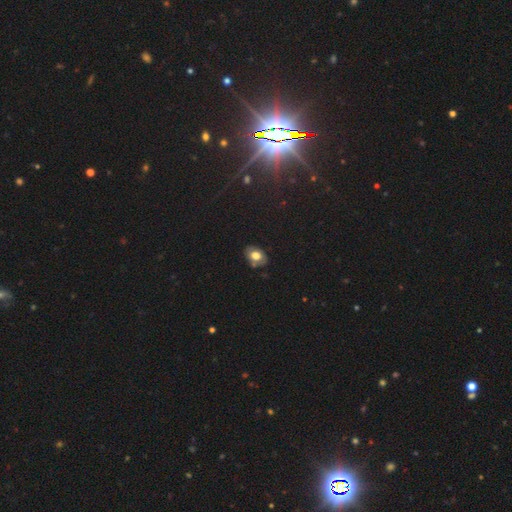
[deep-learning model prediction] The model was most divided on "smooth or featured": smooth: 68%, featured or disk: 23%, star or artifact: 10%. More confident: how rounded — in between (76%); merging — none (75%).